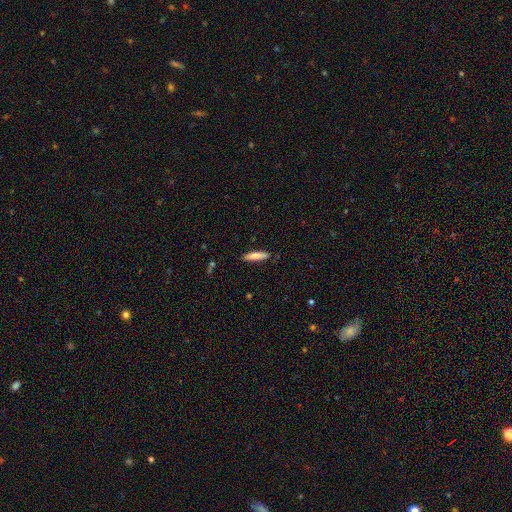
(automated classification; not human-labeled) smooth-or-featured: smooth: 80% | featured or disk: 14% | star or artifact: 6%
  how-rounded: cigar-shaped: 81% | in between: 18% | round: 1%
  merging: none: 86% | minor disturbance: 10% | major disturbance: 2% | merger: 1%